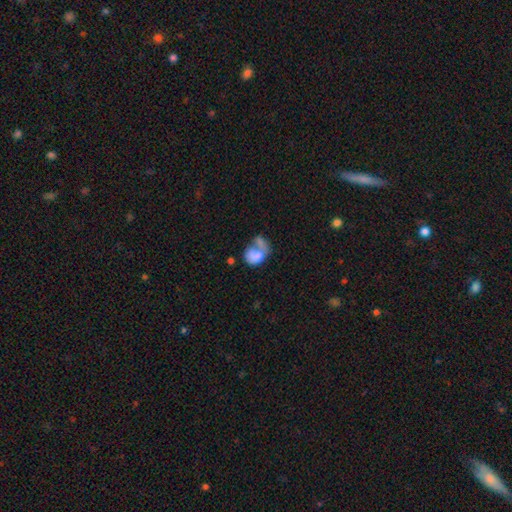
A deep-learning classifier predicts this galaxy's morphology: smooth-or-featured: smooth: 66% | featured or disk: 26% | star or artifact: 8%
  how-rounded: in between: 64% | round: 35% | cigar-shaped: 1%
  merging: merger: 51% | major disturbance: 21% | none: 17% | minor disturbance: 11%